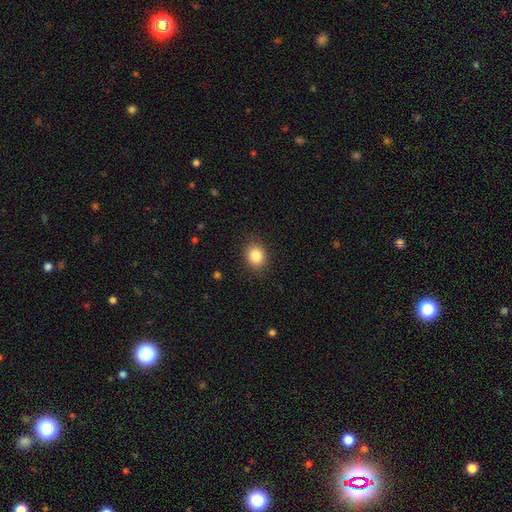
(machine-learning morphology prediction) This appears to be a smooth galaxy with no disk features (85%) that is round (61%). Merging: none (88%).